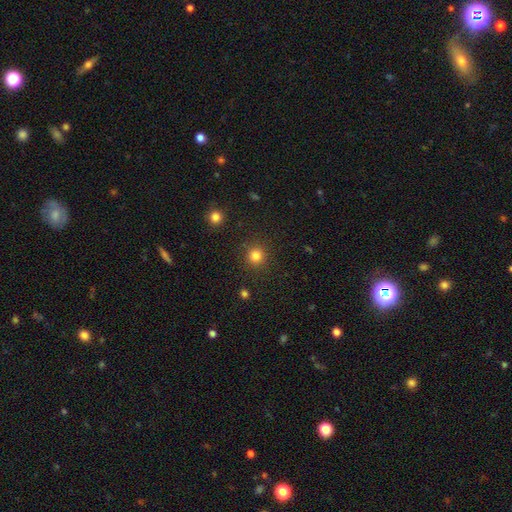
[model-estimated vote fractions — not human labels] Smooth or featured?
  - smooth: 83% *
  - star or artifact: 13%
  - featured or disk: 4%
How rounded?
  - round: 92% *
  - in between: 7%
  - cigar-shaped: 1%
Merging?
  - none: 89% *
  - minor disturbance: 7%
  - major disturbance: 3%
  - merger: 2%